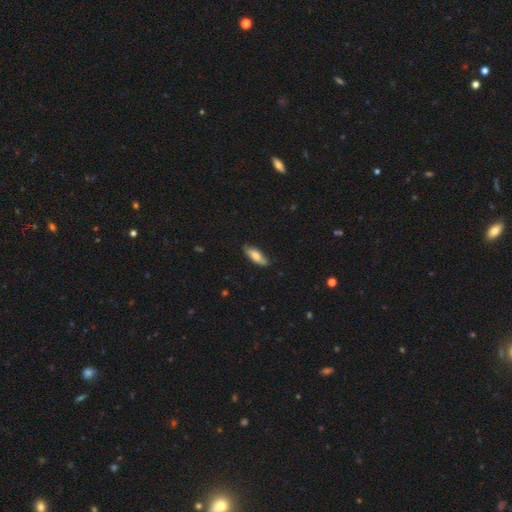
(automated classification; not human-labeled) Smooth or featured?
  - smooth: 74% *
  - featured or disk: 21%
  - star or artifact: 6%
How rounded?
  - in between: 61% *
  - cigar-shaped: 38%
  - round: 2%
Merging?
  - none: 81% *
  - minor disturbance: 15%
  - major disturbance: 2%
  - merger: 1%